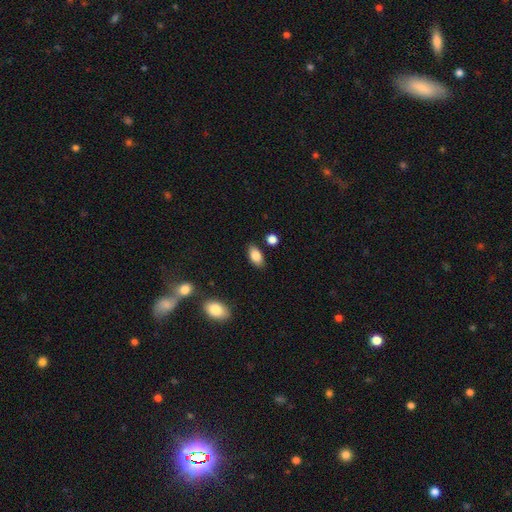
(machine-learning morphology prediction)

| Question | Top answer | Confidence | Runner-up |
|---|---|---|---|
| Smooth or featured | smooth | 85% | star or artifact (8%) |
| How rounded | in between | 92% | round (5%) |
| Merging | none | 84% | minor disturbance (11%) |